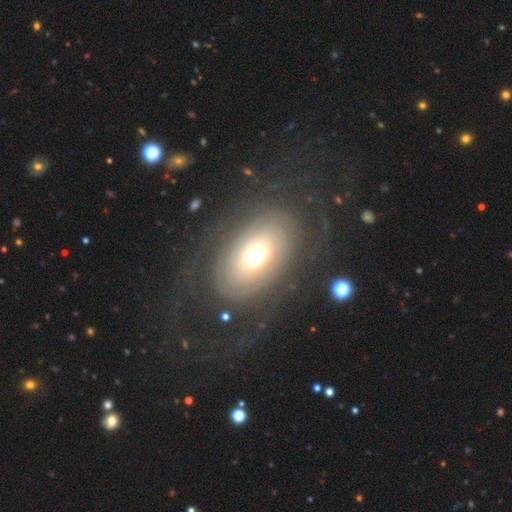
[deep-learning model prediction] Morphology: type=featured or disk (70%); edge-on=no (95%); bar=no (81%); spiral arms=yes (73%); bulge=moderate (64%); merging=none (70%).